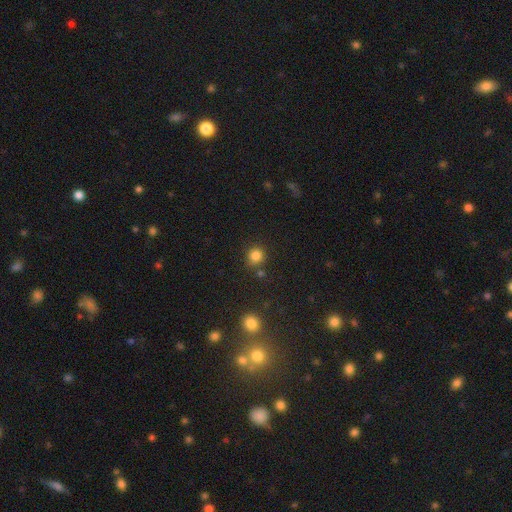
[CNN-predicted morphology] Smooth or featured?
  - smooth: 82% *
  - star or artifact: 13%
  - featured or disk: 5%
How rounded?
  - round: 88% *
  - in between: 11%
  - cigar-shaped: 1%
Merging?
  - none: 79% *
  - minor disturbance: 11%
  - merger: 7%
  - major disturbance: 3%